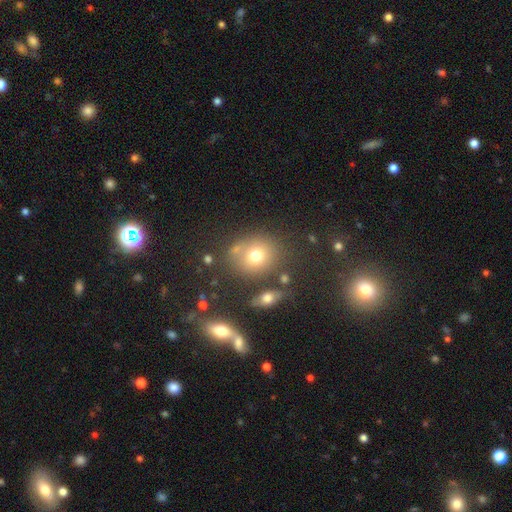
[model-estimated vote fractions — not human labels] Q: Smooth or featured?
A: smooth (71%); runner-up: star or artifact (15%)
Q: How rounded?
A: round (69%); runner-up: in between (30%)
Q: Merging?
A: none (71%); runner-up: minor disturbance (13%)